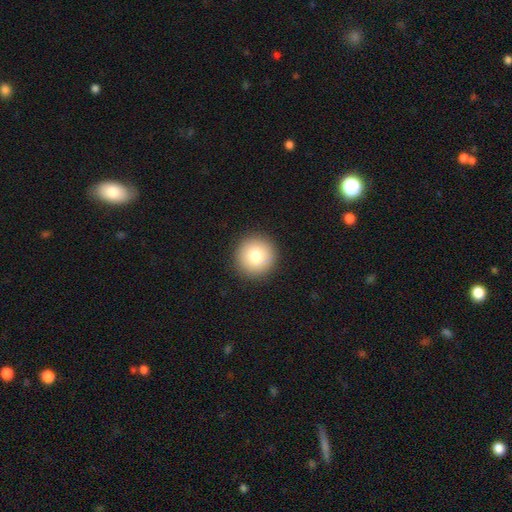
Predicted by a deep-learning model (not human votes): Smooth or featured?
  - smooth: 81% *
  - featured or disk: 11%
  - star or artifact: 9%
How rounded?
  - round: 95% *
  - in between: 4%
  - cigar-shaped: 1%
Merging?
  - none: 92% *
  - minor disturbance: 5%
  - major disturbance: 2%
  - merger: 1%